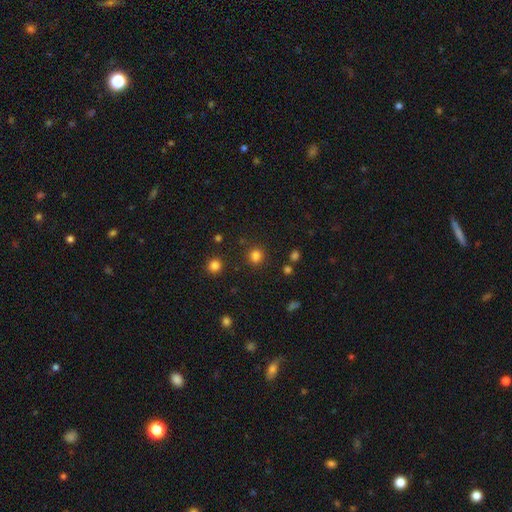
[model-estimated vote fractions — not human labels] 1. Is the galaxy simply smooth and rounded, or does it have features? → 80% smooth, 15% star or artifact, 4% featured or disk.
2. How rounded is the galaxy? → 84% round, 15% in between, 1% cigar-shaped.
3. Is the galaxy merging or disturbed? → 83% none, 9% minor disturbance, 5% merger, 3% major disturbance.